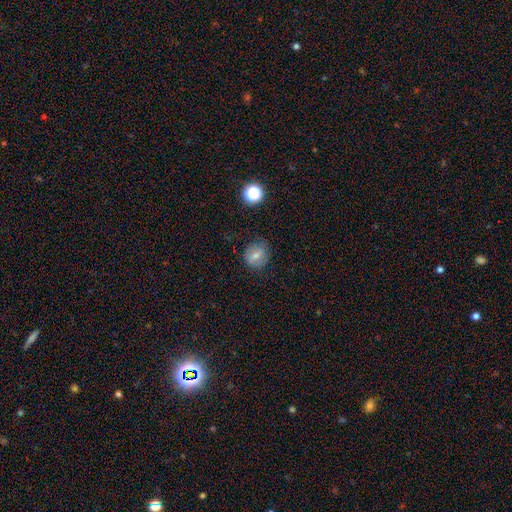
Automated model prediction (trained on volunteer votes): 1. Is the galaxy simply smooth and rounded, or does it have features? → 65% smooth, 23% featured or disk, 12% star or artifact.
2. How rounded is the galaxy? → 78% round, 21% in between, 1% cigar-shaped.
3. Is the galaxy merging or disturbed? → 76% none, 17% minor disturbance, 5% major disturbance, 1% merger.